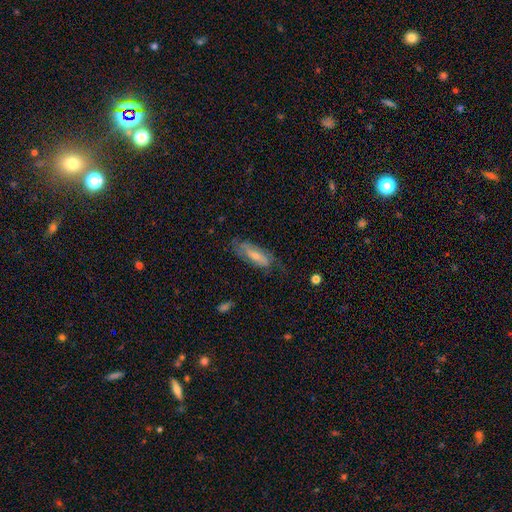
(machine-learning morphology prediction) The model was most divided on "smooth or featured": featured or disk: 55%, smooth: 36%, star or artifact: 8%. More confident: edge-on disk — no (72%); merging — none (64%).